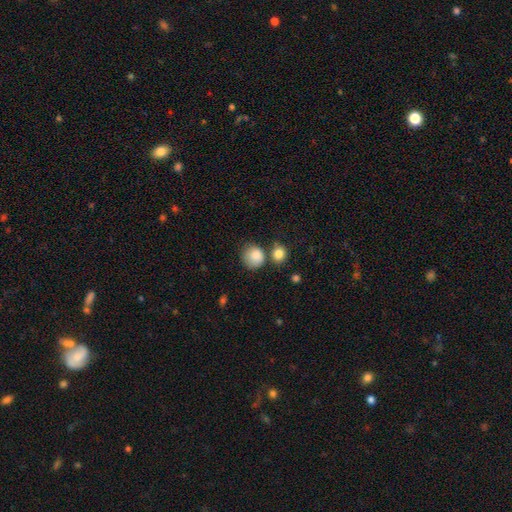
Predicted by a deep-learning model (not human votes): Q: Smooth or featured?
A: smooth (85%); runner-up: star or artifact (8%)
Q: How rounded?
A: round (86%); runner-up: in between (13%)
Q: Merging?
A: none (60%); runner-up: minor disturbance (18%)